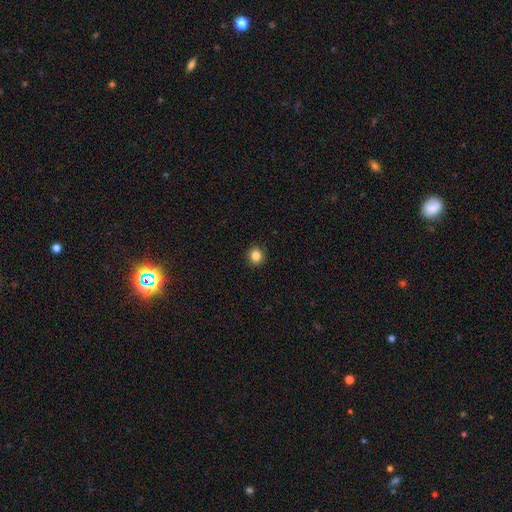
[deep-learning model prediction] A smooth galaxy with no disk features (85%) that is round (87%).

Vote fractions:
- Smooth or featured? smooth: 85% / star or artifact: 11% / featured or disk: 4%
- How rounded? round: 87% / in between: 12% / cigar-shaped: 1%
- Merging? none: 92% / minor disturbance: 6% / major disturbance: 2% / merger: 1%